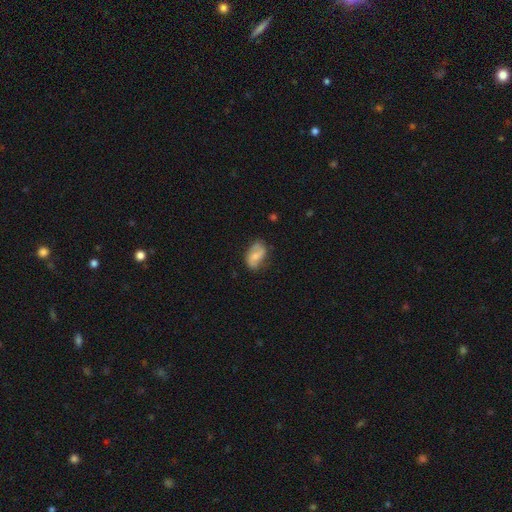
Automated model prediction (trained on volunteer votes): smooth-or-featured: smooth: 52% | featured or disk: 40% | star or artifact: 7%
  how-rounded: in between: 89% | round: 9% | cigar-shaped: 2%
  merging: none: 64% | minor disturbance: 27% | major disturbance: 7% | merger: 2%